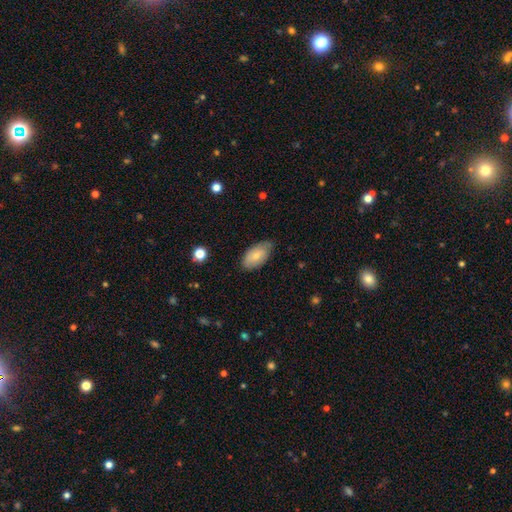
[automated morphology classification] Smooth or featured? smooth (76%)
How rounded? in between (94%)
Merging? none (70%)